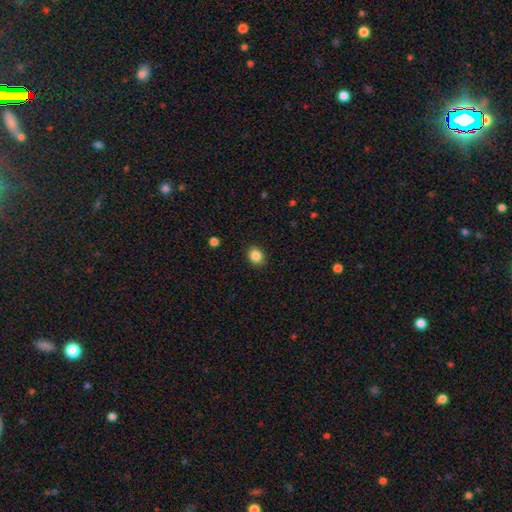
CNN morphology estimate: Q: Smooth or featured?
A: smooth (86%); runner-up: star or artifact (10%)
Q: How rounded?
A: round (56%); runner-up: in between (44%)
Q: Merging?
A: none (88%); runner-up: minor disturbance (9%)